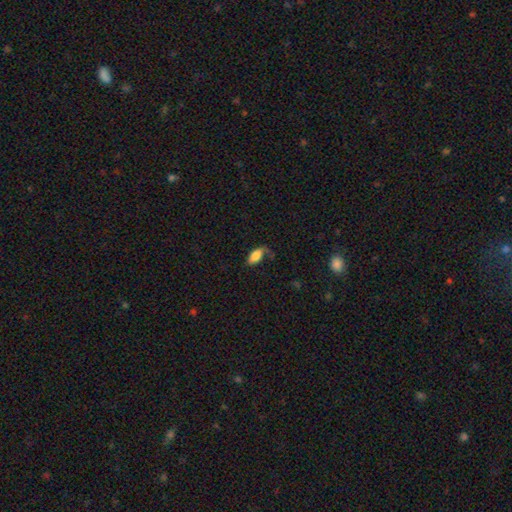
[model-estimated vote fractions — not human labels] Overall: smooth (79%). How rounded: in between (90%). Merging: none (53%; minor disturbance 28%).